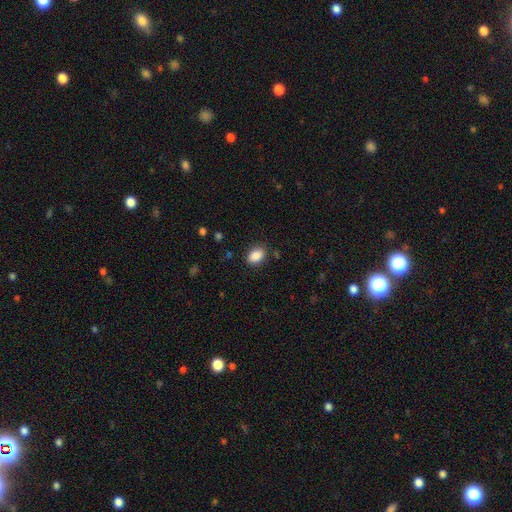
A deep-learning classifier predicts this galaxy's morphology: type=smooth (88%); roundness=in between (81%); merging=none (85%).